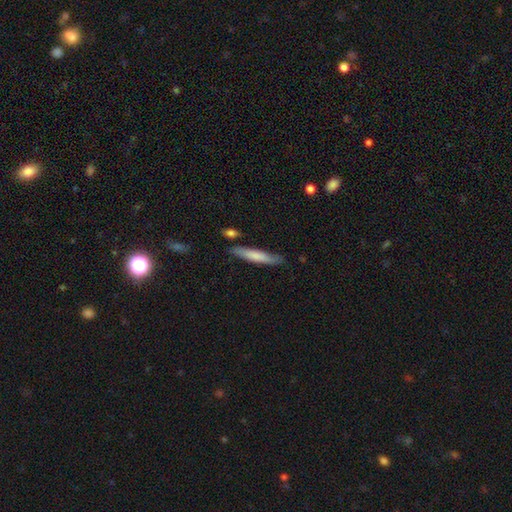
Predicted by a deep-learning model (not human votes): smooth_or_featured: smooth (p=0.69) [alt: featured or disk p=0.25]
how_rounded: cigar-shaped (p=0.90) [alt: in between p=0.08]
merging: none (p=0.79) [alt: minor disturbance p=0.15]